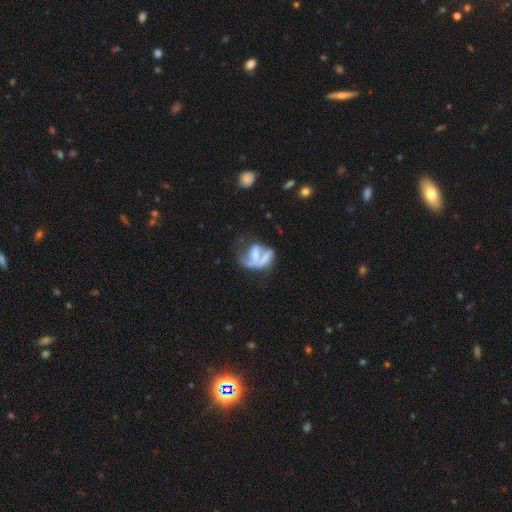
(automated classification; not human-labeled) A featured or disk galaxy (47%). Merging: merger (46%).